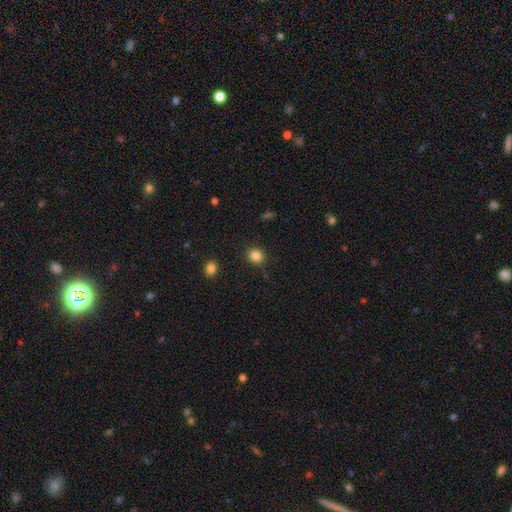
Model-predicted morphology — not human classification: This is clearly a smooth galaxy (84%). How rounded: likely round (80%). Merging: clearly none (89%).